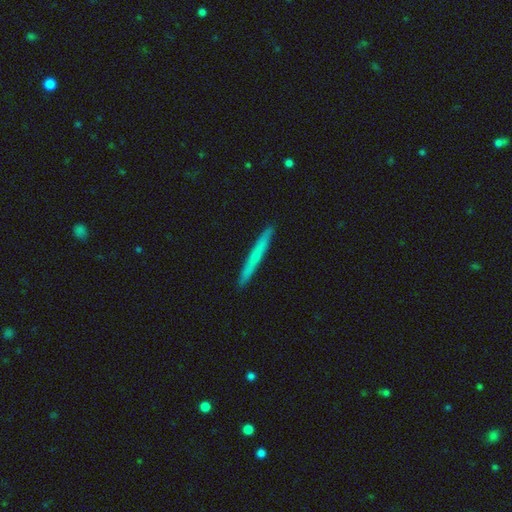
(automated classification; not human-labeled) Morphology: type=smooth (48%); merging=none (92%).